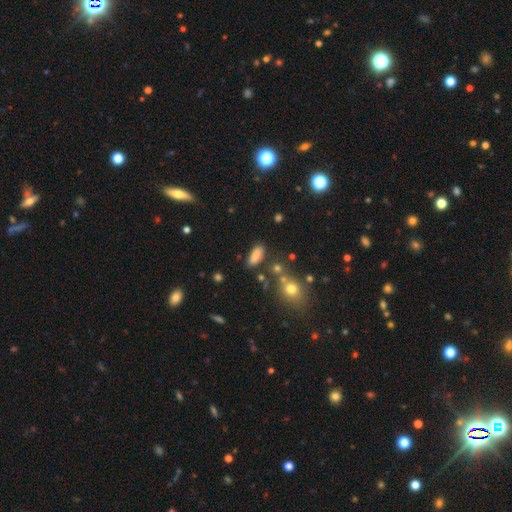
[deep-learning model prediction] This is likely a smooth galaxy (80%). How rounded: likely in between (80%). Merging: likely none (74%).